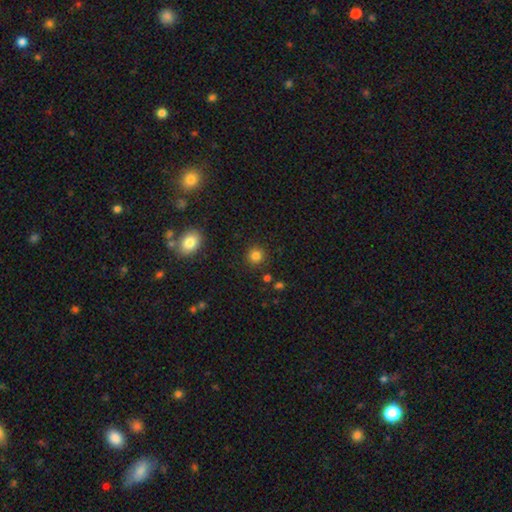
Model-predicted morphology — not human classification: Smooth or featured? smooth (83%)
How rounded? round (92%)
Merging? none (88%)